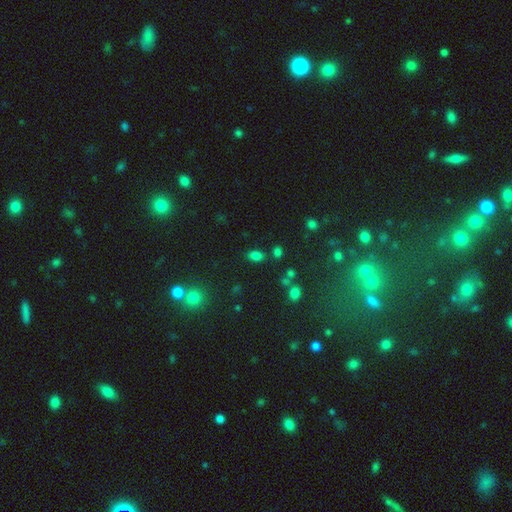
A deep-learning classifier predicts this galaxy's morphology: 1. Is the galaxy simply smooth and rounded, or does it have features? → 75% smooth, 19% star or artifact, 6% featured or disk.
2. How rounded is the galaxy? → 85% in between, 13% round, 2% cigar-shaped.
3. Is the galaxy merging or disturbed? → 78% none, 12% minor disturbance, 7% merger, 4% major disturbance.